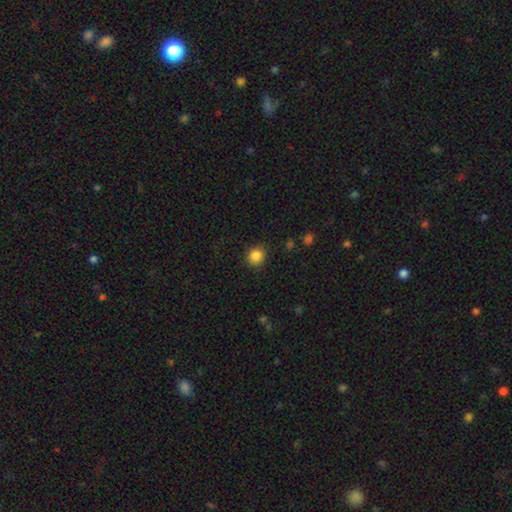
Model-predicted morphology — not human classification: A smooth galaxy with no disk features (86%) that is round (85%). Merging: none (85%).